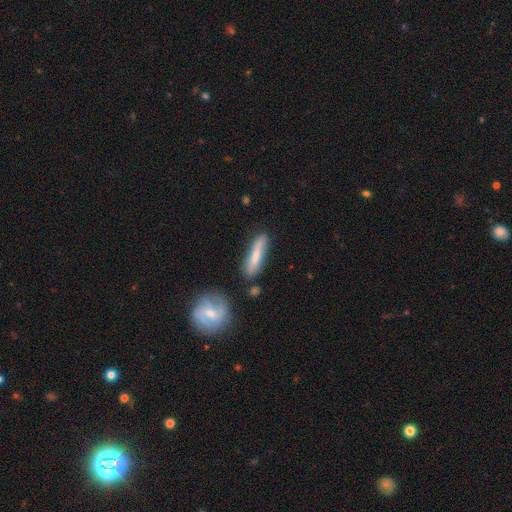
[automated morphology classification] type=smooth (62%); roundness=cigar-shaped (79%); merging=none (78%).